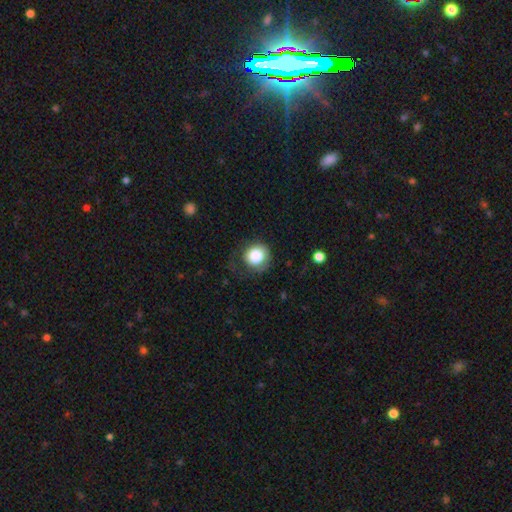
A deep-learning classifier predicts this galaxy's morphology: Q: Smooth or featured?
A: smooth (83%); runner-up: star or artifact (8%)
Q: How rounded?
A: round (88%); runner-up: in between (11%)
Q: Merging?
A: none (61%); runner-up: minor disturbance (23%)